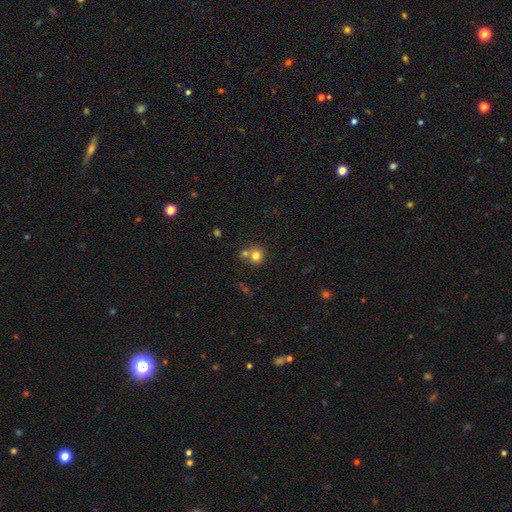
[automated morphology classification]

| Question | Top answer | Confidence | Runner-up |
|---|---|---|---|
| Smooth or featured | smooth | 76% | star or artifact (12%) |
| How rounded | round | 88% | in between (11%) |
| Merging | none | 52% | merger (37%) |